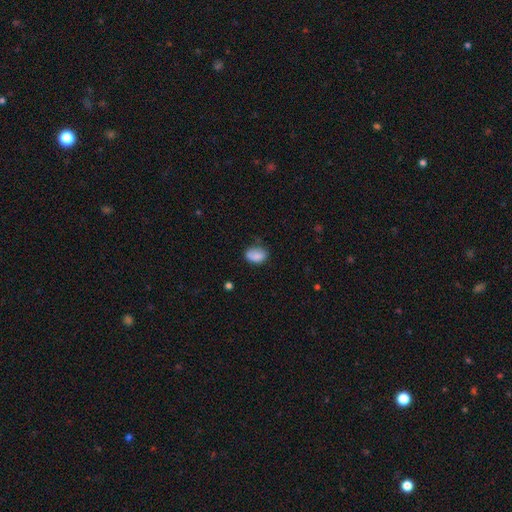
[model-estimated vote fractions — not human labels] A smooth galaxy with no disk features (86%) that is in between round and cigar-shaped (84%).

Vote fractions:
- Smooth or featured? smooth: 86% / star or artifact: 8% / featured or disk: 6%
- How rounded? in between: 84% / round: 15% / cigar-shaped: 1%
- Merging? none: 65% / minor disturbance: 27% / major disturbance: 6% / merger: 2%